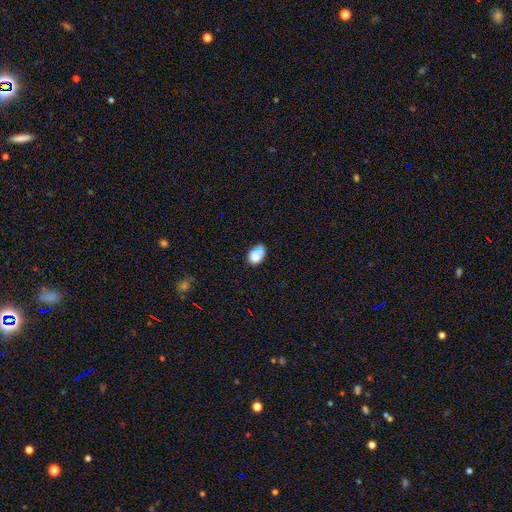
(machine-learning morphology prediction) smooth-or-featured: smooth: 74% | star or artifact: 15% | featured or disk: 10%
  how-rounded: in between: 66% | round: 33% | cigar-shaped: 2%
  merging: none: 57% | minor disturbance: 26% | major disturbance: 9% | merger: 7%